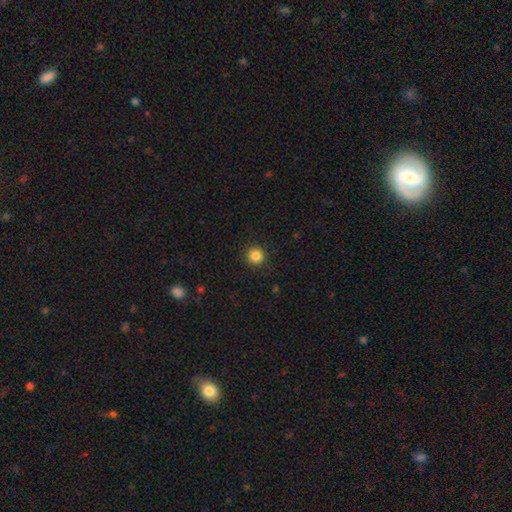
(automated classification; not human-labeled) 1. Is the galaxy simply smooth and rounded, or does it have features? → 86% smooth, 11% star or artifact, 3% featured or disk.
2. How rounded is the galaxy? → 95% round, 4% in between, 1% cigar-shaped.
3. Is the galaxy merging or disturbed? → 92% none, 5% minor disturbance, 2% major disturbance, 1% merger.